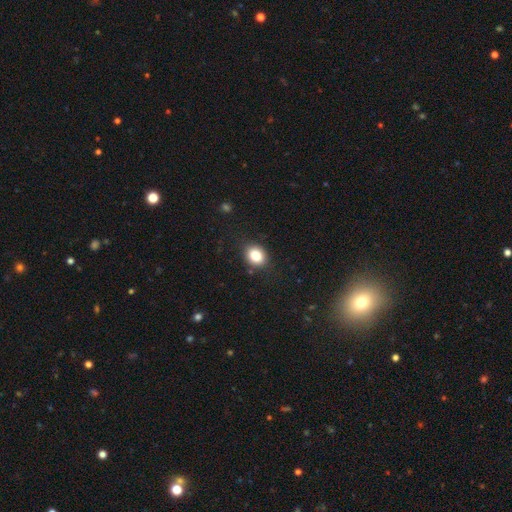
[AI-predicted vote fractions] Morphology: type=smooth (84%); roundness=round (54%); merging=none (86%).